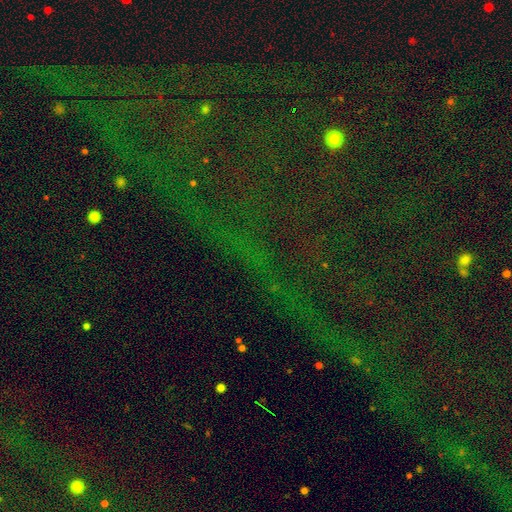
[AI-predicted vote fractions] Smooth or featured?
  - star or artifact: 80% *
  - smooth: 11%
  - featured or disk: 9%